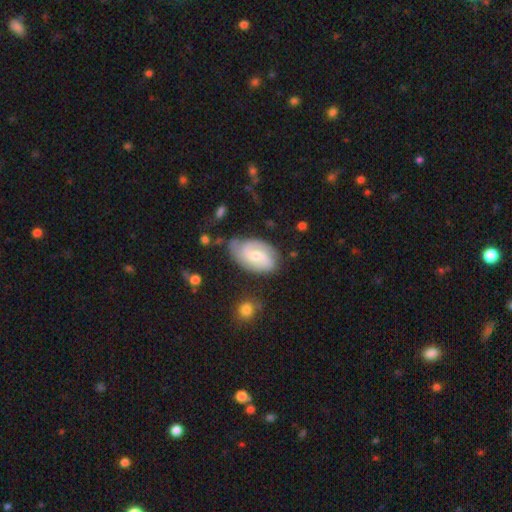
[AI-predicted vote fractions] Morphology: type=featured or disk (70%); edge-on=no (96%); bar=weak (48%); spiral arms=yes (92%); winding=medium (42%); arm count=2 (63%); bulge=moderate (49%); merging=none (66%).